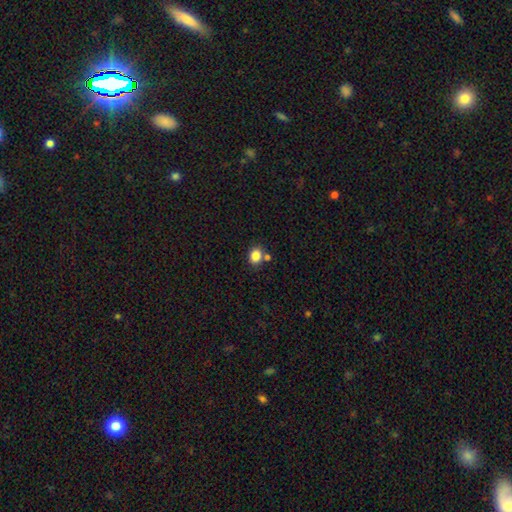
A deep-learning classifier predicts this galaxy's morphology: smooth 85%, star or artifact 10%, featured or disk 5%. Down the decision tree: how rounded — round (55%); merging — none (68%).